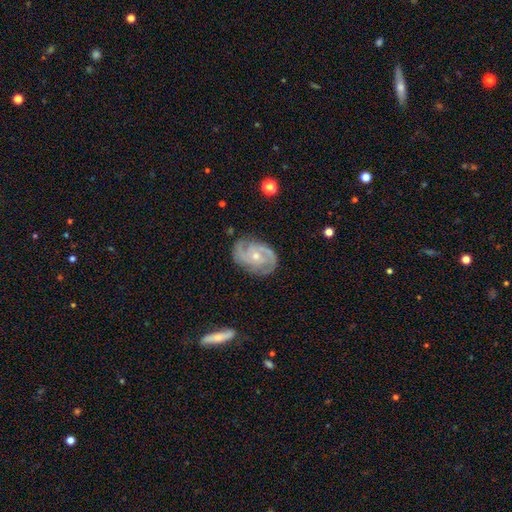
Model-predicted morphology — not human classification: Smooth or featured?
  - featured or disk: 87% *
  - smooth: 7%
  - star or artifact: 5%
Edge-on disk?
  - no: 97% *
  - yes: 3%
Bar?
  - no: 68% *
  - weak: 27%
  - strong: 6%
Spiral arms?
  - yes: 97% *
  - no: 3%
Spiral winding?
  - tight: 54% *
  - medium: 38%
  - loose: 8%
Spiral arm count?
  - 2: 39% *
  - 3: 33%
  - can't tell: 13%
  - 4: 6%
  - 1: 4%
  - more than 4: 4%
Bulge size?
  - small: 54% *
  - moderate: 43%
  - none: 1%
  - large: 1%
  - dominant: 1%
Merging?
  - none: 76% *
  - minor disturbance: 17%
  - major disturbance: 5%
  - merger: 1%